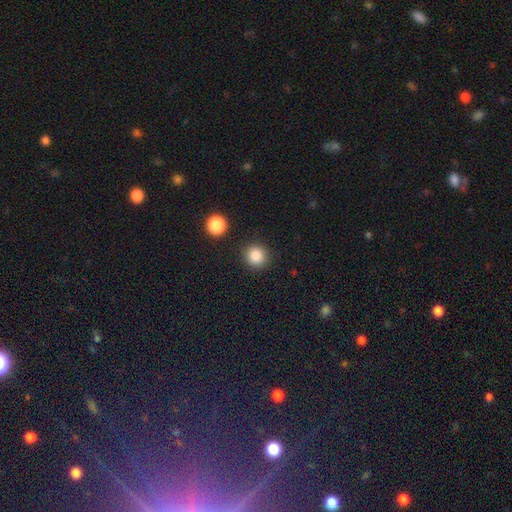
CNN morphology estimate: smooth 86%, star or artifact 10%, featured or disk 4%. Down the decision tree: how rounded — round (92%); merging — none (88%).